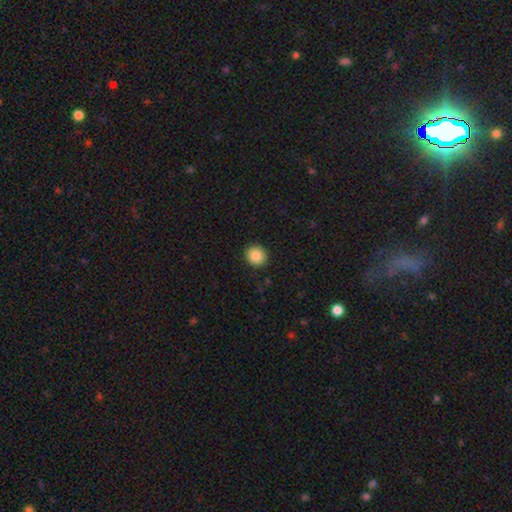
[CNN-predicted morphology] This is clearly a smooth galaxy (86%). How rounded: clearly round (87%). Merging: clearly none (91%).